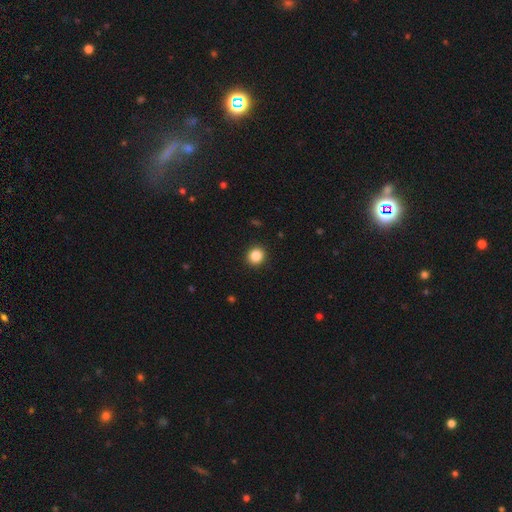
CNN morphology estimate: This appears to be a smooth galaxy with no disk features (86%) that is round (88%). Merging: none (92%).